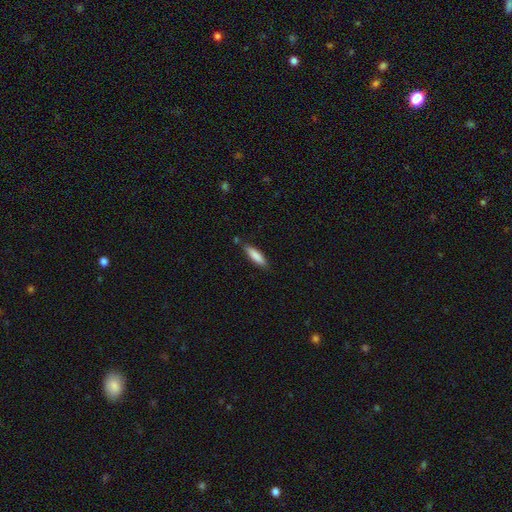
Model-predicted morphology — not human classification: This appears to be a smooth galaxy with no disk features (84%) that is cigar-shaped (66%). Merging: none (78%).